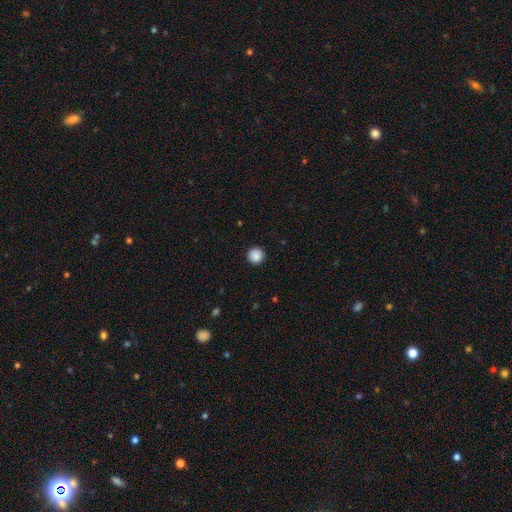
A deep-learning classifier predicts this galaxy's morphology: smooth_or_featured: smooth (p=0.88) [alt: star or artifact p=0.09]
how_rounded: round (p=0.96) [alt: in between p=0.03]
merging: none (p=0.92) [alt: minor disturbance p=0.05]